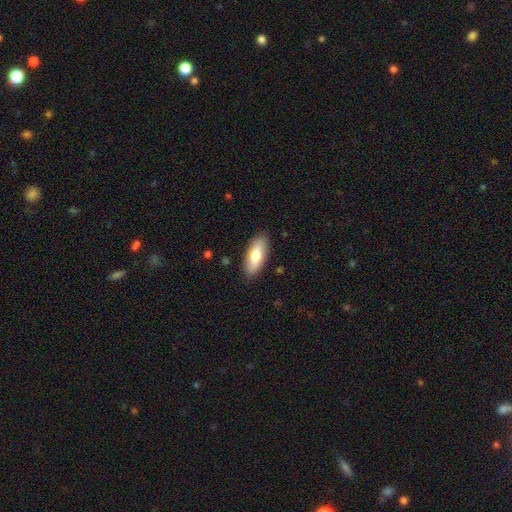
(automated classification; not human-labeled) Q: Smooth or featured?
A: smooth (76%); runner-up: featured or disk (18%)
Q: How rounded?
A: in between (76%); runner-up: cigar-shaped (22%)
Q: Merging?
A: none (87%); runner-up: minor disturbance (10%)